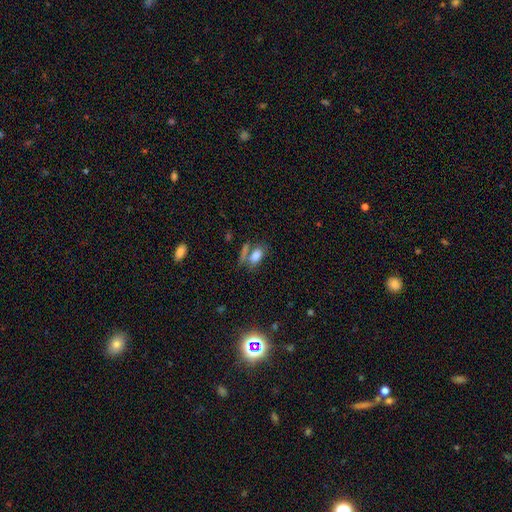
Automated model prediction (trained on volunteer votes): Morphology: type=smooth (79%); roundness=in between (86%); merging=none (54%).